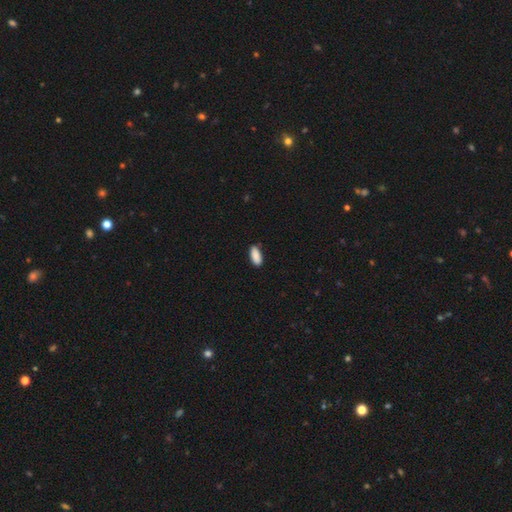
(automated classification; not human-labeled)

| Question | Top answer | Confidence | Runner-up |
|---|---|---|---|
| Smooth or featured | smooth | 90% | star or artifact (7%) |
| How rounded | in between | 85% | cigar-shaped (14%) |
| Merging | none | 83% | minor disturbance (13%) |